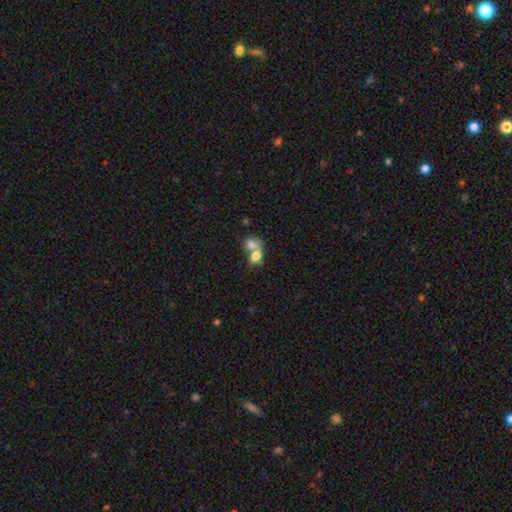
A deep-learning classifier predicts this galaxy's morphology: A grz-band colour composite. It shows a smooth galaxy with no disk features (75%) that is in between round and cigar-shaped (68%). Merging: merger (74%).